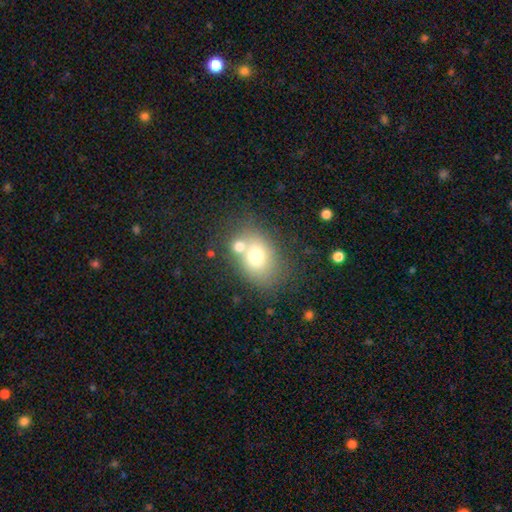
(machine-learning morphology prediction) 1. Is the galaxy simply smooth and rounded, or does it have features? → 69% smooth, 19% featured or disk, 12% star or artifact.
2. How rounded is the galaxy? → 63% in between, 36% round, 1% cigar-shaped.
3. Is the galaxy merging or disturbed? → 51% none, 30% merger, 14% minor disturbance, 6% major disturbance.